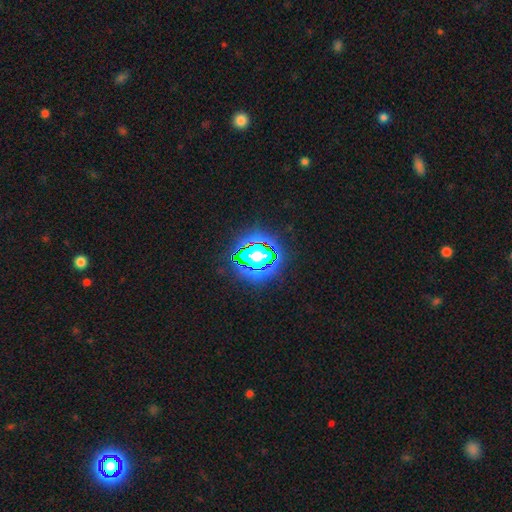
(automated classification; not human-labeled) smooth_or_featured: star or artifact (p=0.62) [alt: smooth p=0.24]